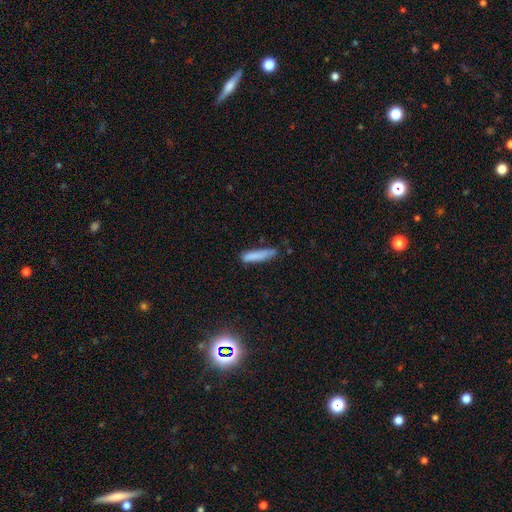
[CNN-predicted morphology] The model was most divided on "merging": none: 67%, minor disturbance: 24%, major disturbance: 5%, merger: 4%. More confident: how rounded — cigar-shaped (84%); smooth or featured — smooth (82%).